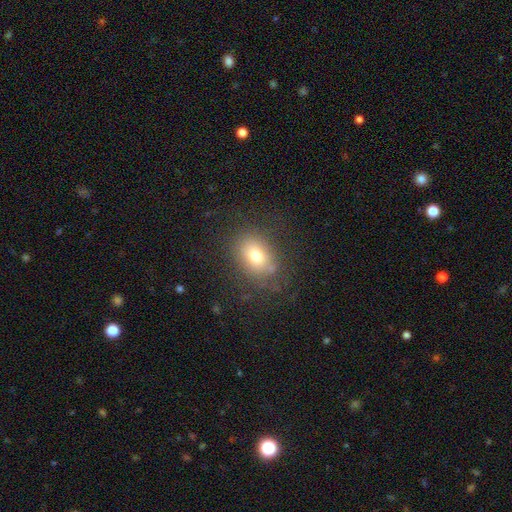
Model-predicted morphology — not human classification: smooth_or_featured: smooth (p=0.73) [alt: featured or disk p=0.14]
how_rounded: in between (p=0.61) [alt: round p=0.38]
merging: none (p=0.75) [alt: minor disturbance p=0.15]